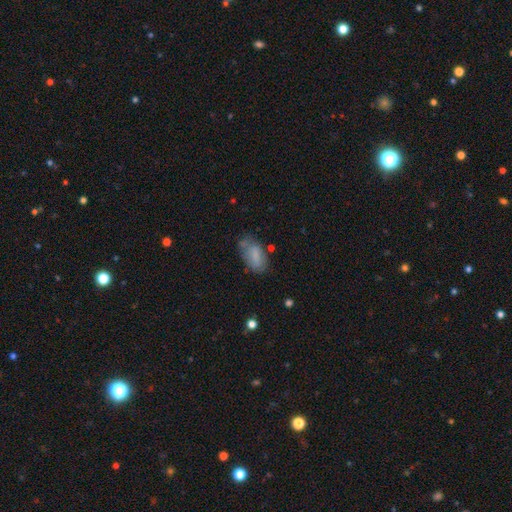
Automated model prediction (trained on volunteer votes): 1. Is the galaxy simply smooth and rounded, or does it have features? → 77% smooth, 15% featured or disk, 8% star or artifact.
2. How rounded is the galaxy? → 92% in between, 5% cigar-shaped, 3% round.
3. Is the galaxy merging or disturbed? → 55% none, 29% minor disturbance, 11% major disturbance, 6% merger.